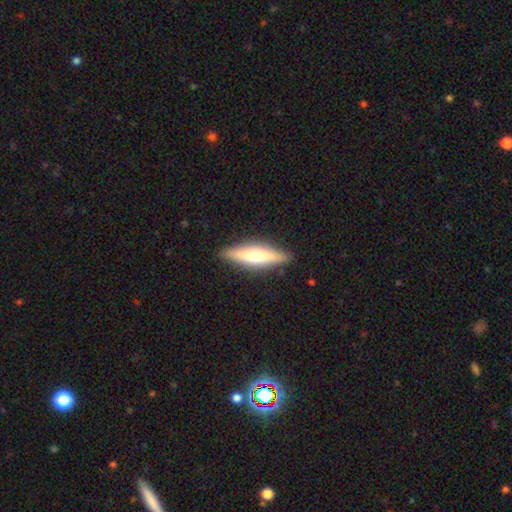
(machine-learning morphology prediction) A smooth galaxy with no disk features (48%).

Vote fractions:
- Smooth or featured? smooth: 48% / featured or disk: 46% / star or artifact: 6%
- Merging? none: 88% / minor disturbance: 9% / major disturbance: 2% / merger: 1%